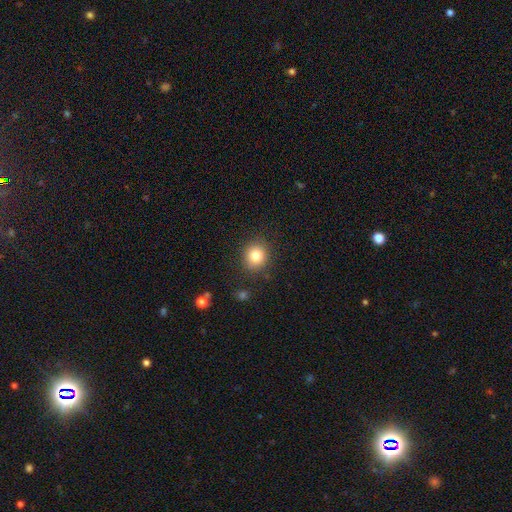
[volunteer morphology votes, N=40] smooth 92%, star or artifact 5%, featured or disk 2%. Down the decision tree: how rounded — round (89%); merging — none (87%).